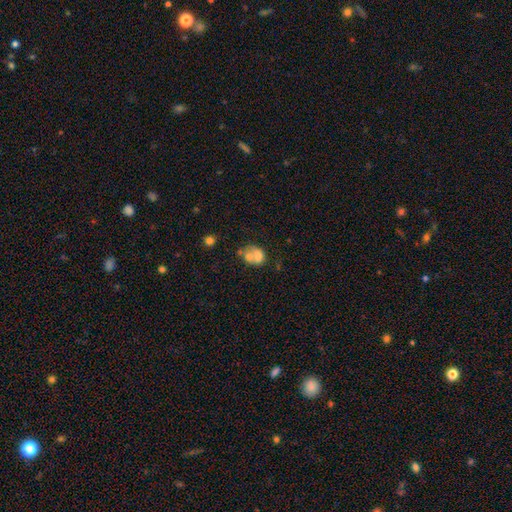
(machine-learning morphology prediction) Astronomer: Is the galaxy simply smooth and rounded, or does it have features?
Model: smooth — 59%.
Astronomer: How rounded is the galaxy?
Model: in between — 57% (runner-up: round, 42%).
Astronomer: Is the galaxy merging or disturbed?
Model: merger — 54%.